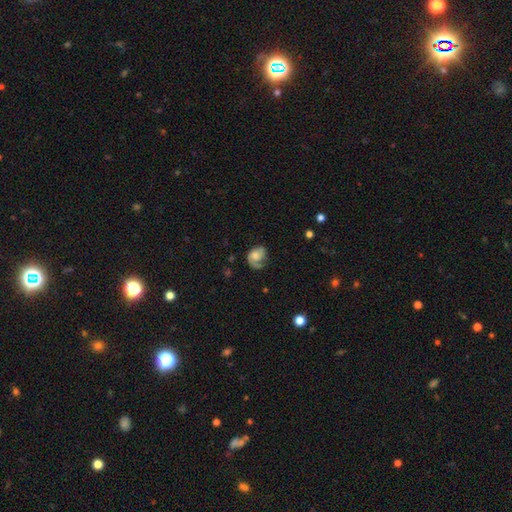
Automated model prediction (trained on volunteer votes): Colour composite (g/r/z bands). It shows a featured or disk galaxy (57%) with no bar (72%), spiral arms (86%) and a moderate central bulge (36%). Merging: none (44%).